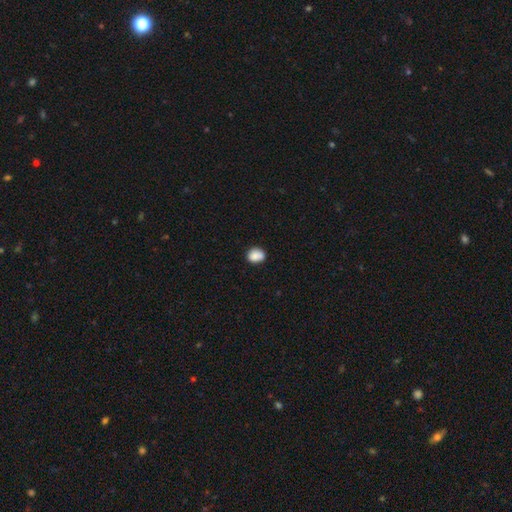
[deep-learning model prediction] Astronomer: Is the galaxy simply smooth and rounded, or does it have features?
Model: smooth — 85%.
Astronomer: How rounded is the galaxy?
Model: round — 59% (runner-up: in between, 40%).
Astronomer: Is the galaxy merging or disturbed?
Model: none — 68%.